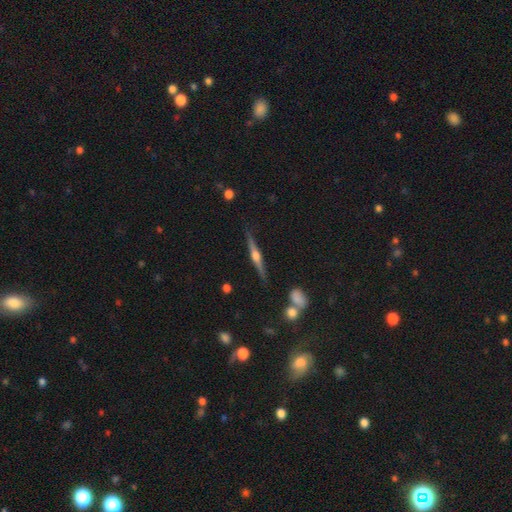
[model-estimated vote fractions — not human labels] A featured or disk galaxy (80%) viewed edge-on (98%) with a rounded central bulge (92%).

Vote fractions:
- Smooth or featured? featured or disk: 80% / smooth: 15% / star or artifact: 6%
- Edge-on disk? yes: 98% / no: 2%
- Edge-on bulge? rounded: 92% / boxy: 5% / none: 3%
- Merging? none: 88% / minor disturbance: 8% / merger: 2% / major disturbance: 2%